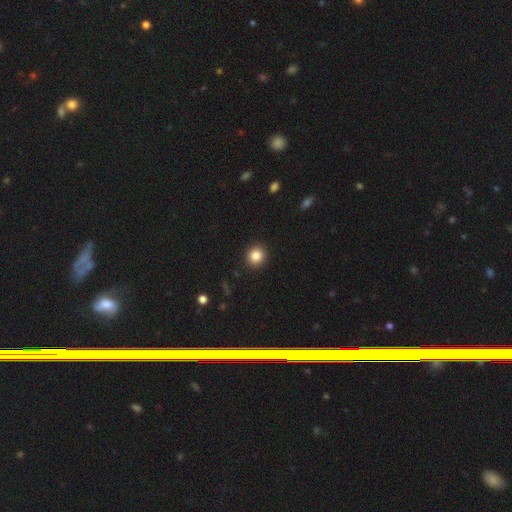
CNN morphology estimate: Smooth or featured? Predicted: smooth (p=0.85). How rounded? Predicted: round (p=0.89). Merging? Predicted: none (p=0.92).